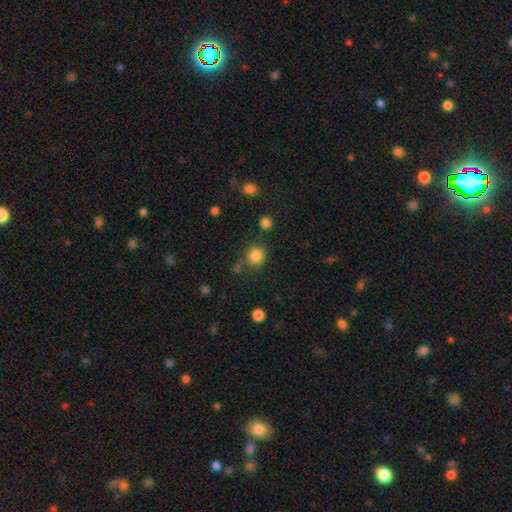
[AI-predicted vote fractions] A smooth galaxy with no disk features (84%) that is round (87%). Merging: none (76%).